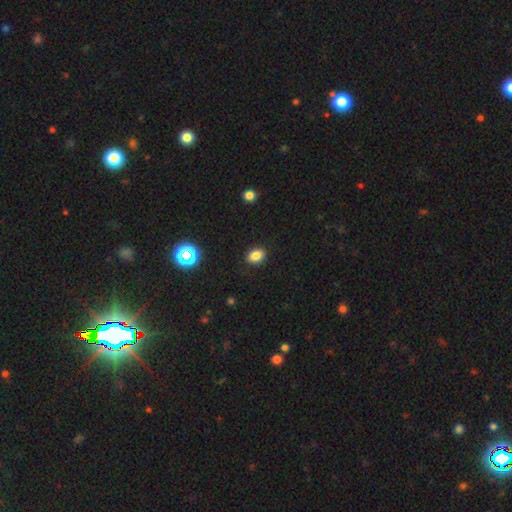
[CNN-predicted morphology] A smooth galaxy with no disk features (83%) that is in between round and cigar-shaped (75%).

Vote fractions:
- Smooth or featured? smooth: 83% / star or artifact: 12% / featured or disk: 5%
- How rounded? in between: 75% / round: 23% / cigar-shaped: 1%
- Merging? none: 89% / minor disturbance: 8% / major disturbance: 2% / merger: 1%